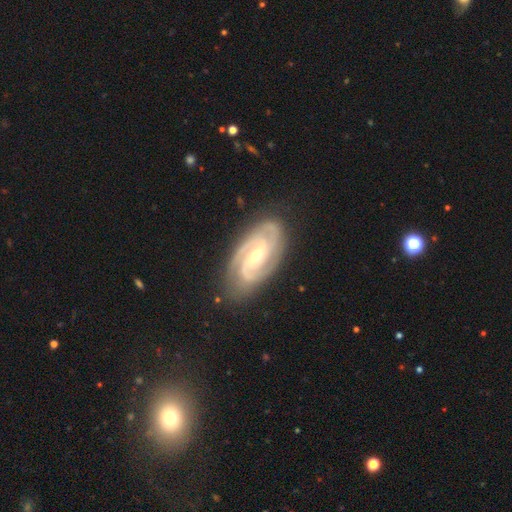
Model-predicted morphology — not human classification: smooth-or-featured: featured or disk: 91% | smooth: 5% | star or artifact: 4%
  disk-edge-on: no: 96% | yes: 4%
    bar: weak: 42% | no: 33% | strong: 25%
    has-spiral-arms: yes: 98% | no: 2%
      spiral-winding: tight: 59% | medium: 36% | loose: 5%
      spiral-arm-count: 2: 46% | 3: 32% | can't tell: 9% | 4: 7% | 1: 3% | more than 4: 3%
    bulge-size: small: 60% | moderate: 37% | large: 1% | none: 1% | dominant: 1%
  merging: none: 81% | minor disturbance: 14% | major disturbance: 4% | merger: 1%